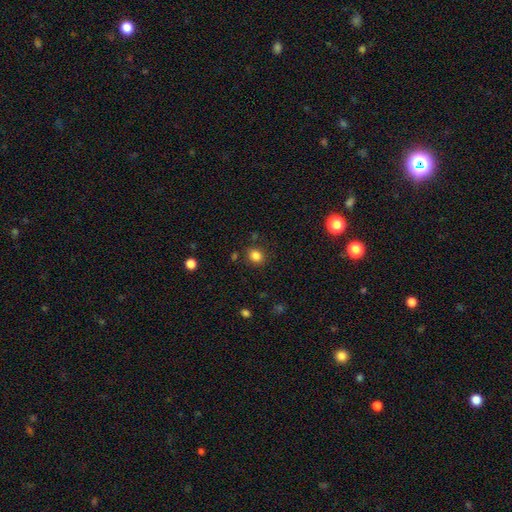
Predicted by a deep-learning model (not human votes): A smooth galaxy with no disk features (83%) that is round (60%).

Vote fractions:
- Smooth or featured? smooth: 83% / star or artifact: 12% / featured or disk: 5%
- How rounded? round: 60% / in between: 39% / cigar-shaped: 1%
- Merging? none: 84% / minor disturbance: 10% / major disturbance: 3% / merger: 3%